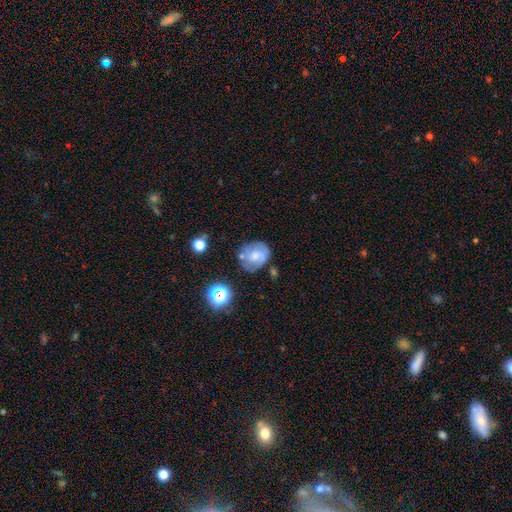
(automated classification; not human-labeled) smooth-or-featured: smooth: 51% | featured or disk: 38% | star or artifact: 11%
  how-rounded: round: 64% | in between: 35% | cigar-shaped: 1%
  merging: none: 57% | minor disturbance: 25% | major disturbance: 9% | merger: 9%